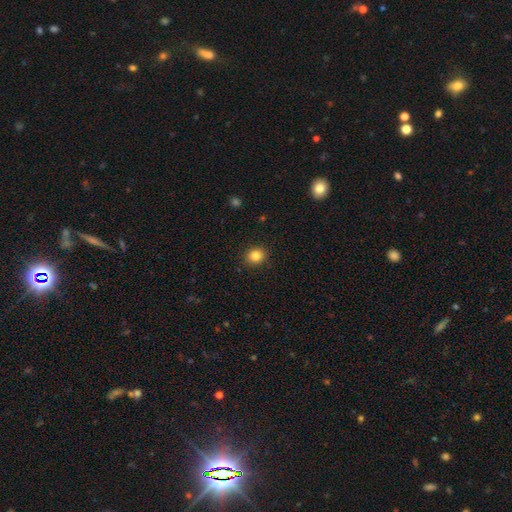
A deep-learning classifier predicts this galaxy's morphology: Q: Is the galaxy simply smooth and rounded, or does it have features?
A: smooth — 84%.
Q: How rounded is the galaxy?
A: round — 71%.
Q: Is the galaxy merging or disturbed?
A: none — 90%.